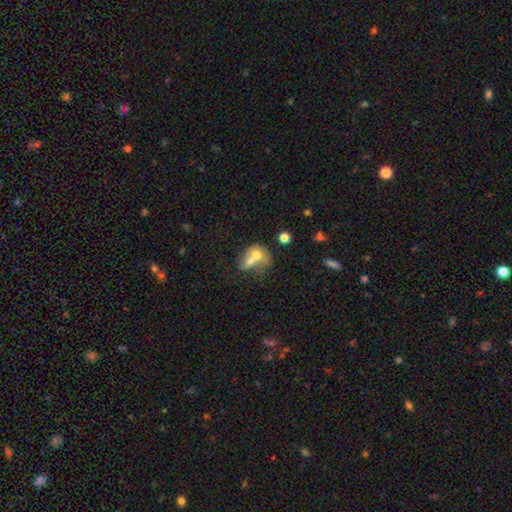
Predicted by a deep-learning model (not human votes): smooth 64%, featured or disk 27%, star or artifact 9%. Down the decision tree: how rounded — in between (54%); merging — merger (70%).